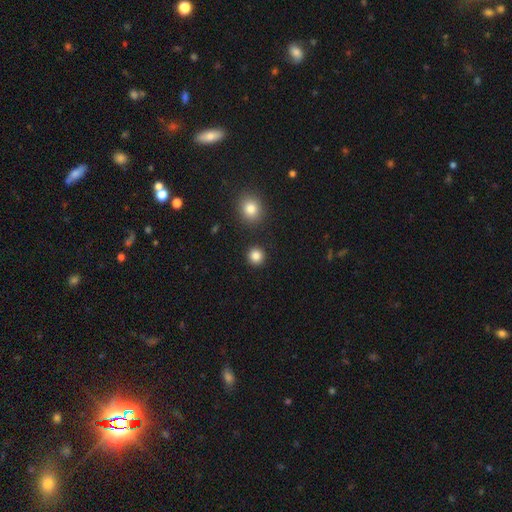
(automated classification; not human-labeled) smooth_or_featured: smooth (p=0.85) [alt: star or artifact p=0.11]
how_rounded: round (p=0.93) [alt: in between p=0.06]
merging: none (p=0.91) [alt: minor disturbance p=0.05]